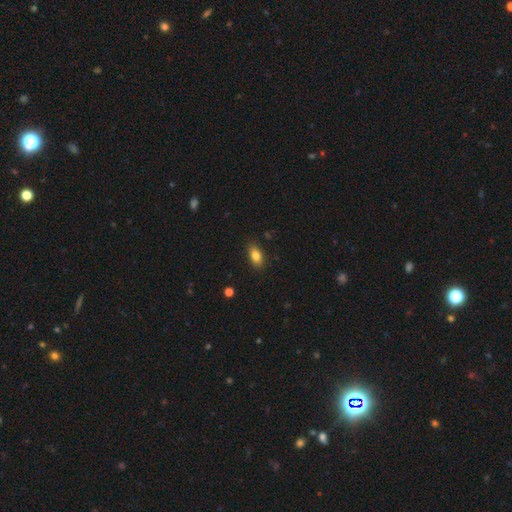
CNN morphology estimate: Smooth or featured: smooth — 83% (star or artifact — 9%)
How rounded: in between — 88% (round — 7%)
Merging: none — 87% (minor disturbance — 10%)